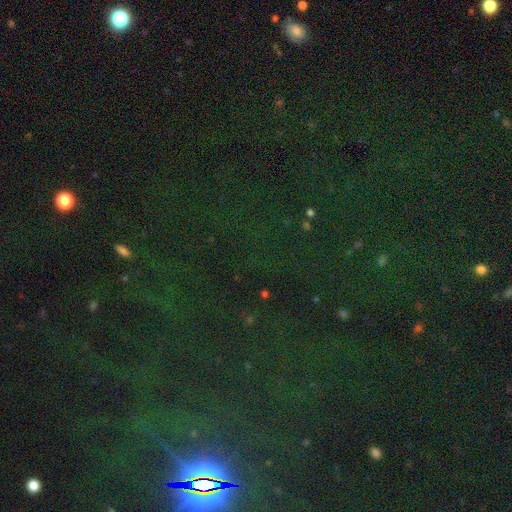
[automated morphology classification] smooth-or-featured: star or artifact: 82% | smooth: 10% | featured or disk: 7%